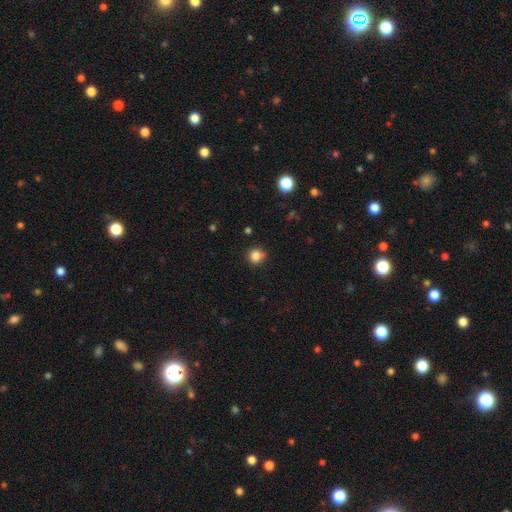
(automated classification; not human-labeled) A smooth galaxy with no disk features (83%) that is round (88%). Merging: none (76%).